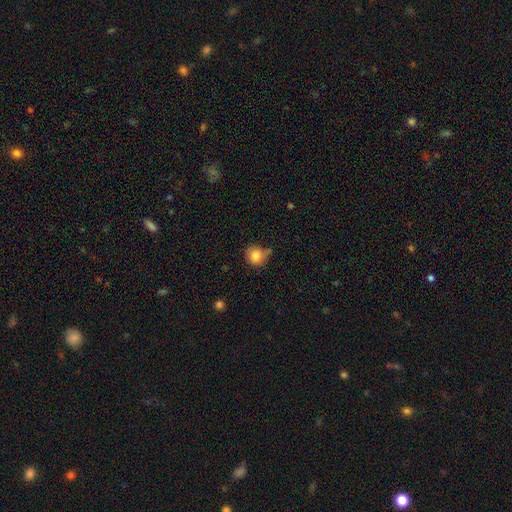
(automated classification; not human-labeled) Overall: smooth (84%). How rounded: round (86%). Merging: none (60%; minor disturbance 26%).